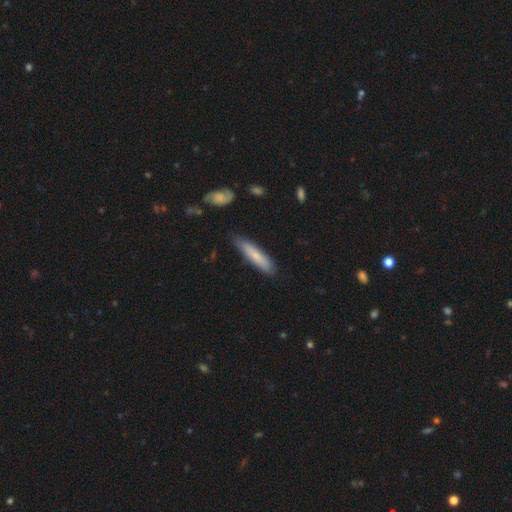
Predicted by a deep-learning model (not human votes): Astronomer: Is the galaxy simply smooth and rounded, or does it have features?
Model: smooth — 71%.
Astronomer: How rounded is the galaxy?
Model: cigar-shaped — 82%.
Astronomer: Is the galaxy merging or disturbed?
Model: none — 81%.